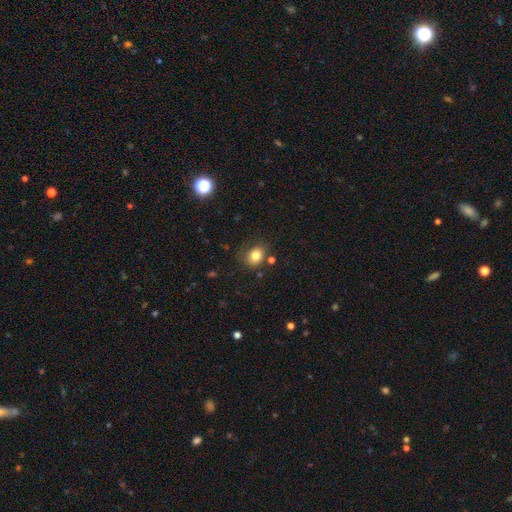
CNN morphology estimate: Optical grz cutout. It shows a smooth galaxy with no disk features (81%) that is round (57%). Merging: none (72%).